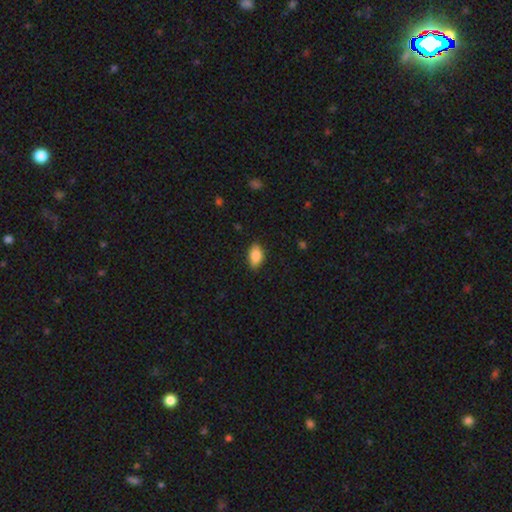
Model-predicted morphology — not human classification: Smooth or featured?
  - smooth: 87% *
  - star or artifact: 7%
  - featured or disk: 6%
How rounded?
  - in between: 90% *
  - round: 7%
  - cigar-shaped: 3%
Merging?
  - none: 80% *
  - minor disturbance: 17%
  - major disturbance: 3%
  - merger: 1%